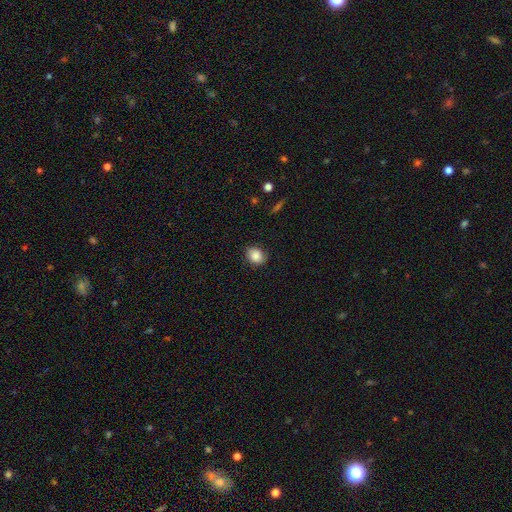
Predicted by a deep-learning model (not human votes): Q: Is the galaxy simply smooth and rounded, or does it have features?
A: smooth — 83%.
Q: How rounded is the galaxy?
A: round — 52%.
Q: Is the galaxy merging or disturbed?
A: none — 79%.